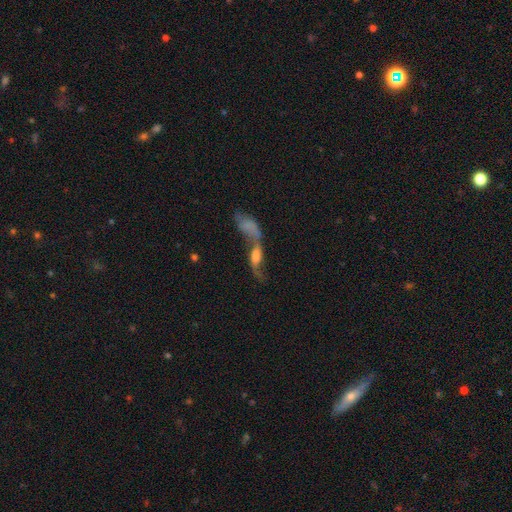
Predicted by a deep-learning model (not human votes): Overall: featured or disk (63%; smooth 27%). Edge-on disk: no (80%). Bar: no (60%; weak 30%). Spiral arms: yes (78%). Bulge size: moderate (37%; large 23%). Merging: merger (66%).